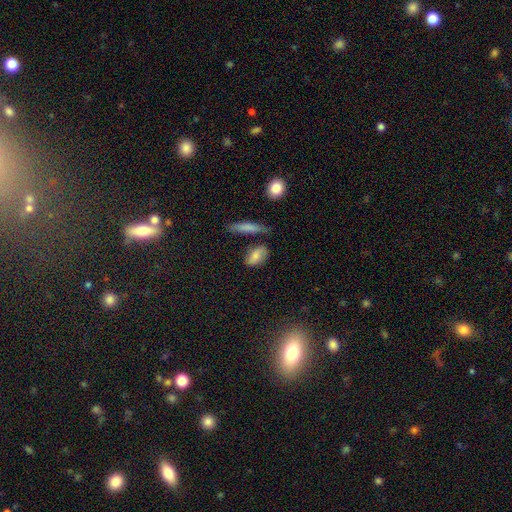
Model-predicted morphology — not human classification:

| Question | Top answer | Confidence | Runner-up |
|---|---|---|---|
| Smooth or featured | smooth | 75% | featured or disk (17%) |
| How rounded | in between | 84% | cigar-shaped (10%) |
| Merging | none | 66% | minor disturbance (20%) |